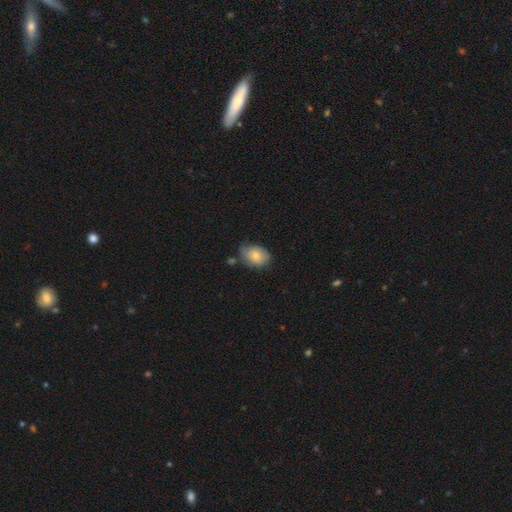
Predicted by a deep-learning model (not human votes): Morphology: type=smooth (73%); roundness=in between (75%); merging=none (55%).